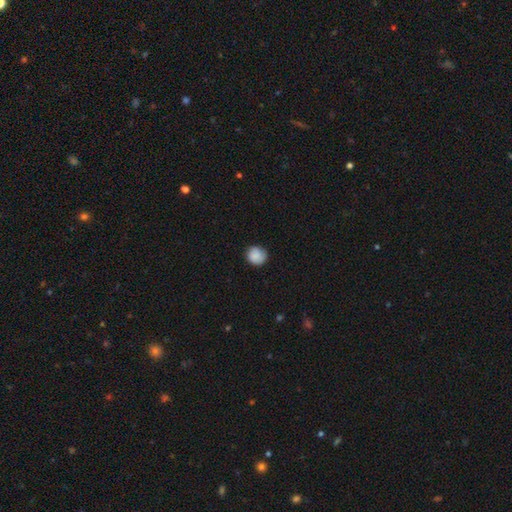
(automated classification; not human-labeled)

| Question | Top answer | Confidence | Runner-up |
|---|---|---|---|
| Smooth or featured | smooth | 83% | featured or disk (10%) |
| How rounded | round | 84% | in between (15%) |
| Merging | none | 79% | minor disturbance (16%) |